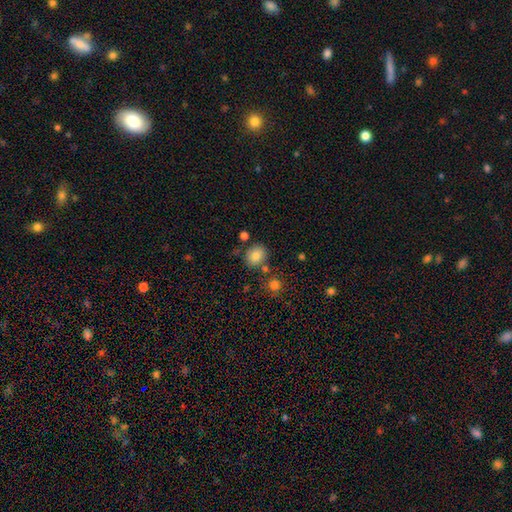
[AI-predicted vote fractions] smooth_or_featured: smooth (p=0.82) [alt: star or artifact p=0.11]
how_rounded: round (p=0.65) [alt: in between p=0.34]
merging: none (p=0.76) [alt: minor disturbance p=0.12]